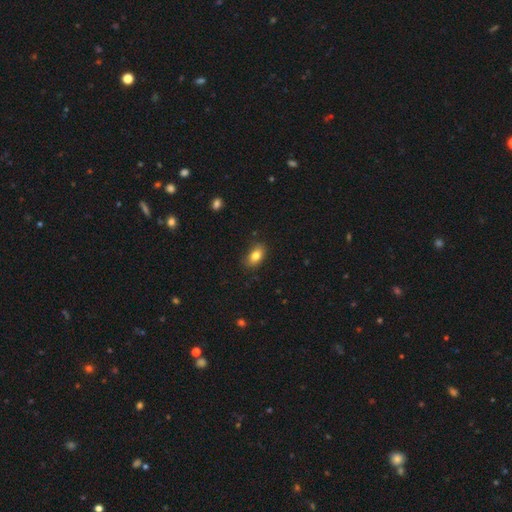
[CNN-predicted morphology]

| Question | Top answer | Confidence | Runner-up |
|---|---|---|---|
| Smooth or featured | smooth | 82% | featured or disk (9%) |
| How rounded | in between | 86% | round (11%) |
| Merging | none | 82% | minor disturbance (14%) |